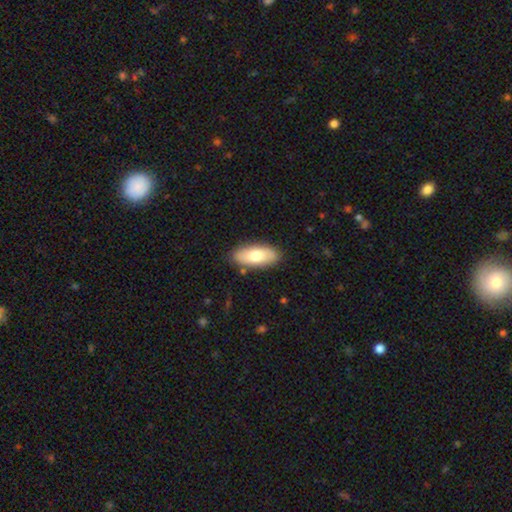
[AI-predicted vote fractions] smooth-or-featured: smooth: 73% | featured or disk: 22% | star or artifact: 6%
  how-rounded: in between: 85% | cigar-shaped: 13% | round: 2%
  merging: none: 86% | minor disturbance: 10% | major disturbance: 2% | merger: 1%